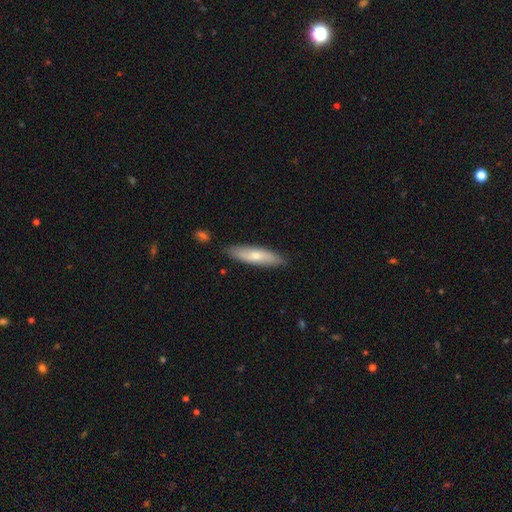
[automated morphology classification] A smooth galaxy with no disk features (62%) that is cigar-shaped (67%). Merging: none (85%).